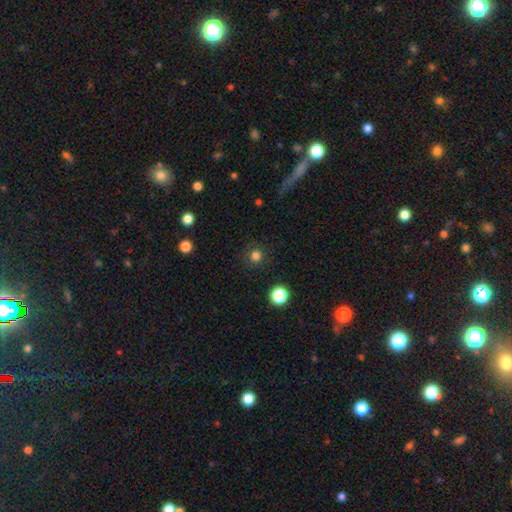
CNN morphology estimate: Smooth or featured?
  - smooth: 79% *
  - star or artifact: 15%
  - featured or disk: 5%
How rounded?
  - round: 94% *
  - in between: 5%
  - cigar-shaped: 1%
Merging?
  - none: 88% *
  - minor disturbance: 8%
  - major disturbance: 3%
  - merger: 1%